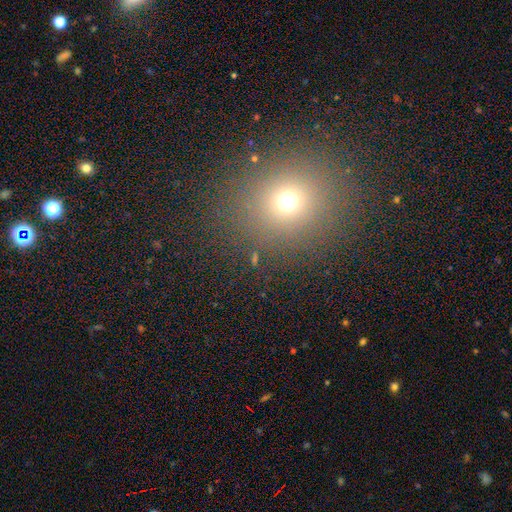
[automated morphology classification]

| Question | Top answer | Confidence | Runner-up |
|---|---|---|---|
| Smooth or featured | smooth | 59% | star or artifact (32%) |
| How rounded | round | 81% | in between (17%) |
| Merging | none | 85% | minor disturbance (7%) |